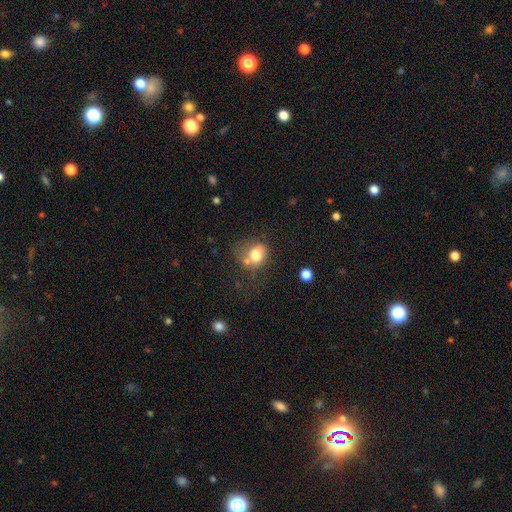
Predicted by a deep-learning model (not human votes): Q: Smooth or featured?
A: smooth (71%); runner-up: featured or disk (18%)
Q: How rounded?
A: round (56%); runner-up: in between (43%)
Q: Merging?
A: none (34%); runner-up: merger (28%)